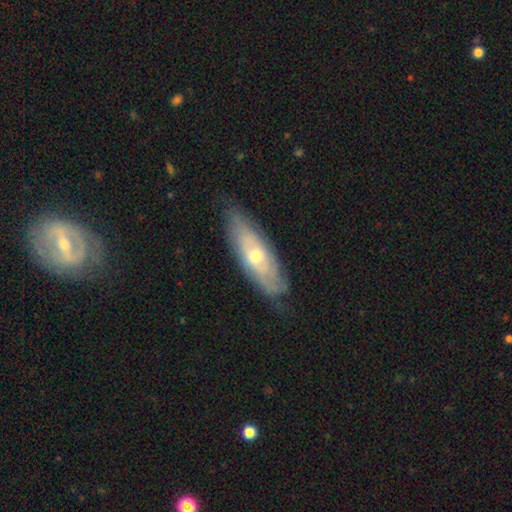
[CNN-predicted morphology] Q: Smooth or featured?
A: featured or disk (62%); runner-up: smooth (31%)
Q: Edge-on disk?
A: no (69%); runner-up: yes (31%)
Q: Merging?
A: none (75%); runner-up: minor disturbance (19%)